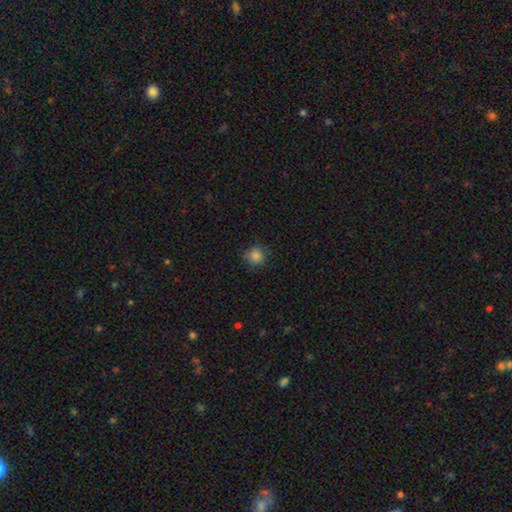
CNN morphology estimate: smooth_or_featured: smooth (p=0.84) [alt: star or artifact p=0.10]
how_rounded: round (p=0.89) [alt: in between p=0.10]
merging: none (p=0.78) [alt: minor disturbance p=0.16]